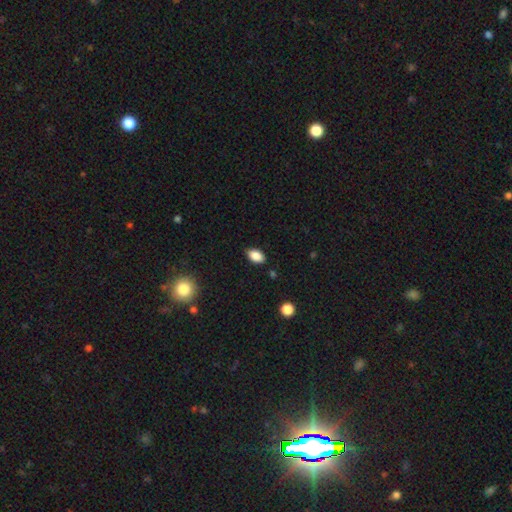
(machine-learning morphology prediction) Q: Smooth or featured?
A: smooth (87%); runner-up: star or artifact (8%)
Q: How rounded?
A: in between (91%); runner-up: round (7%)
Q: Merging?
A: none (85%); runner-up: minor disturbance (12%)